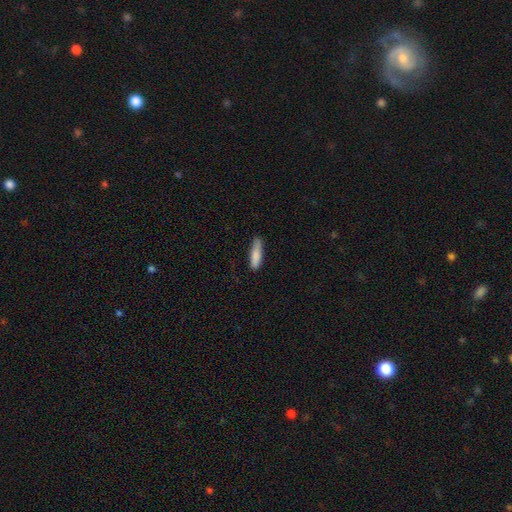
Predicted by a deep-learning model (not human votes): smooth 83%, featured or disk 11%, star or artifact 6%. Down the decision tree: how rounded — cigar-shaped (75%); merging — none (77%).